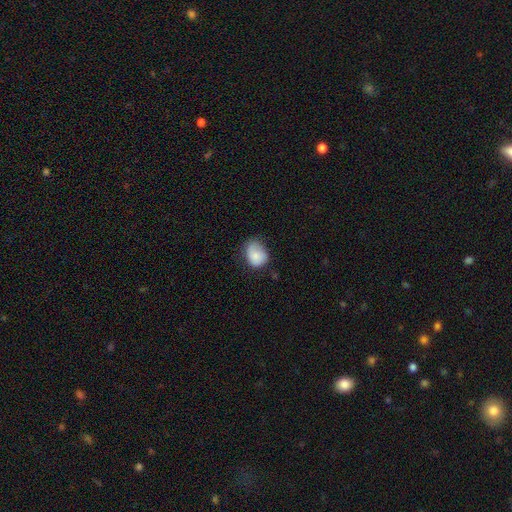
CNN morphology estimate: The model was most divided on "merging": none: 44%, minor disturbance: 38%, major disturbance: 16%, merger: 2%. More confident: smooth or featured — smooth (78%); how rounded — in between (59%).